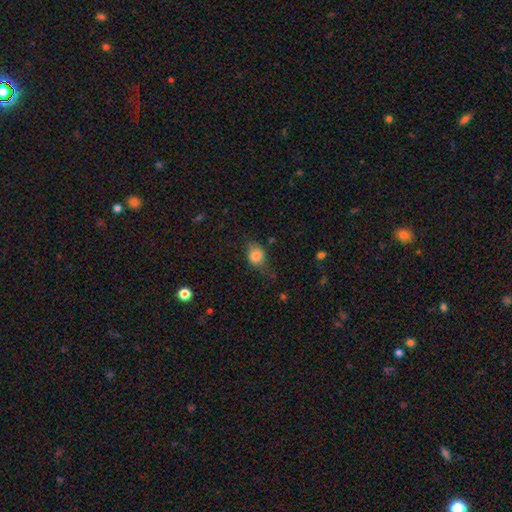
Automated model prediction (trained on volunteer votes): This appears to be a smooth galaxy with no disk features (79%) that is round (54%). Merging: none (58%).